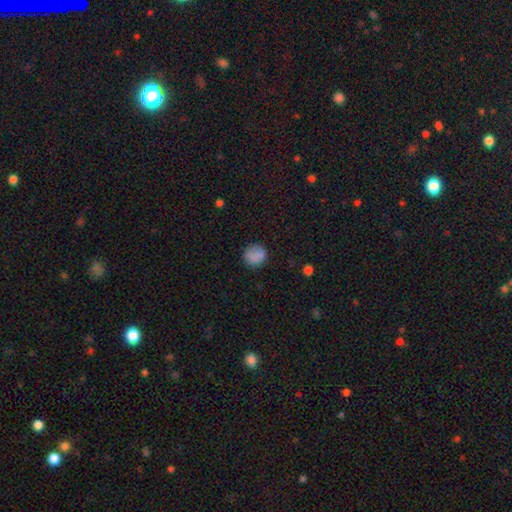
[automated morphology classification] A smooth galaxy with no disk features (84%) that is round (87%). Merging: none (80%).